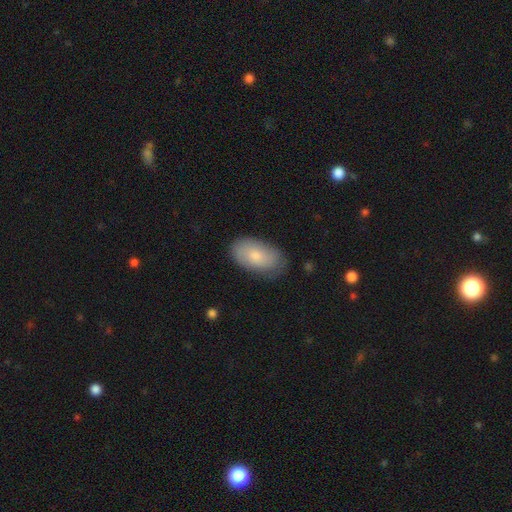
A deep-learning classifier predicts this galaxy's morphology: This is likely a smooth galaxy (75%). How rounded: clearly in between (94%). Merging: likely none (75%).